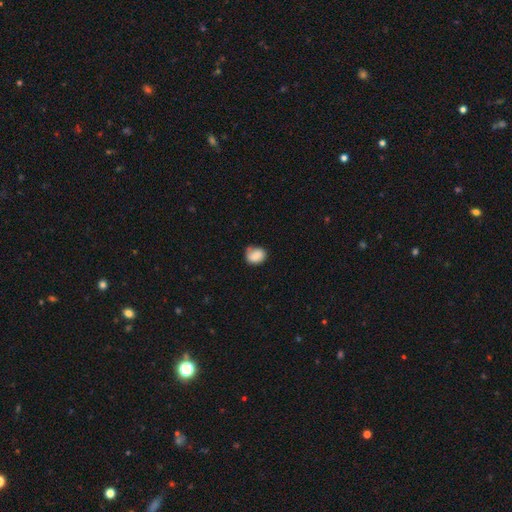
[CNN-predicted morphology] A smooth galaxy with no disk features (83%) that is round (51%). Merging: none (56%).